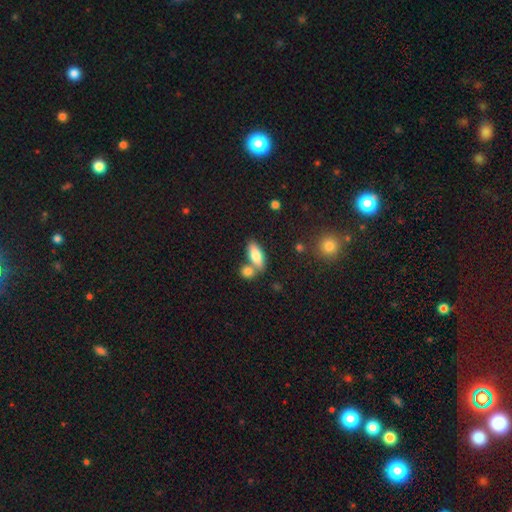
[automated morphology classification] smooth_or_featured: smooth (p=0.78) [alt: featured or disk p=0.15]
how_rounded: in between (p=0.76) [alt: cigar-shaped p=0.19]
merging: none (p=0.54) [alt: merger p=0.32]